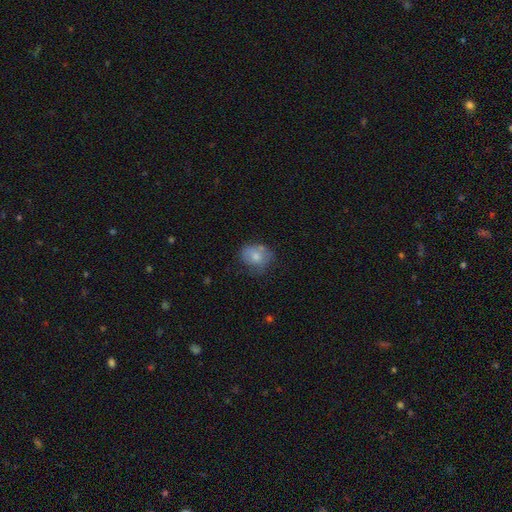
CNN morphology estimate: smooth 71%, featured or disk 21%, star or artifact 9%. Down the decision tree: how rounded — round (57%); merging — none (52%).